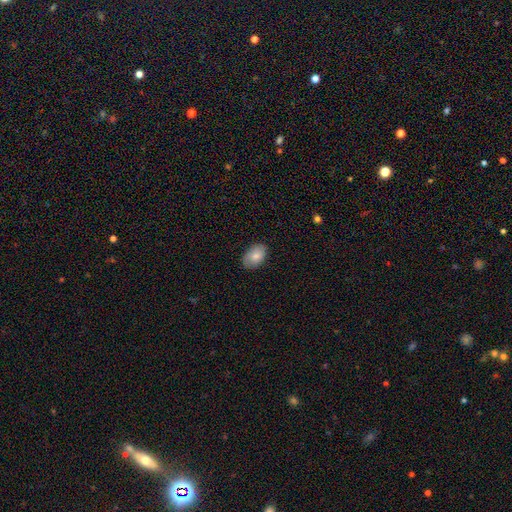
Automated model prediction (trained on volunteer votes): Overall: smooth (81%). How rounded: in between (91%). Merging: none (84%).